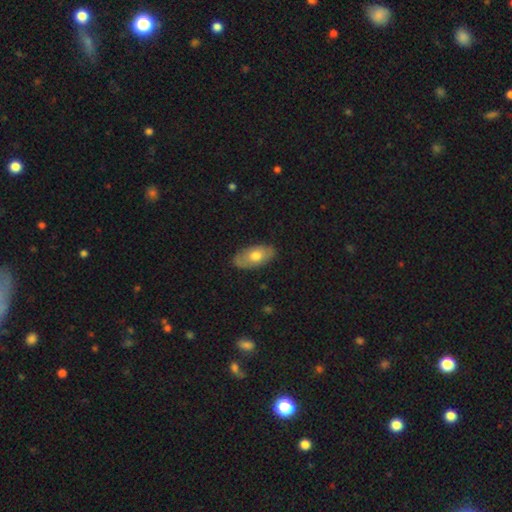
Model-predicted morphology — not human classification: smooth 63%, featured or disk 31%, star or artifact 6%. Down the decision tree: how rounded — in between (91%); merging — none (83%).